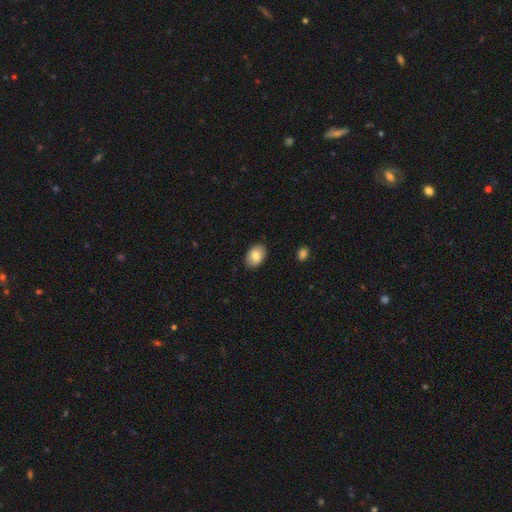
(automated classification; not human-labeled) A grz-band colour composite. It shows a smooth galaxy with no disk features (82%) that is in between round and cigar-shaped (84%). Merging: none (88%).